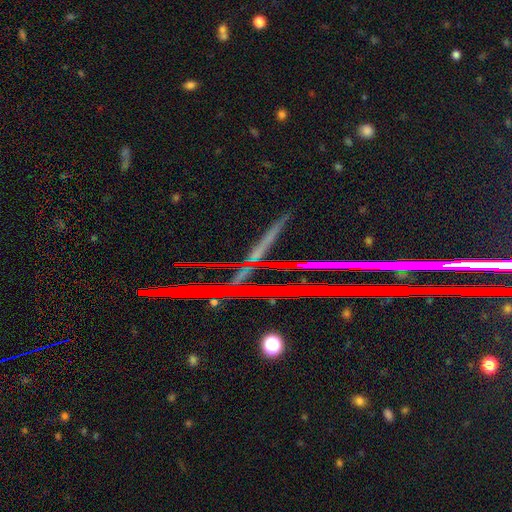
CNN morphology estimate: This is likely a star or artifact rather than a galaxy (72%).